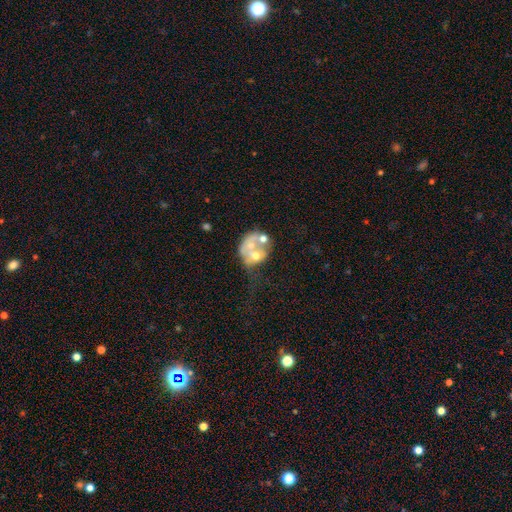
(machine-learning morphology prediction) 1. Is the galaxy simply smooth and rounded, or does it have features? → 53% featured or disk, 36% smooth, 10% star or artifact.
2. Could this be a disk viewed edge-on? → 98% no, 2% yes.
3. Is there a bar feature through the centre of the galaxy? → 92% no, 7% weak, 2% strong.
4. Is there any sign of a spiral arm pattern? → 90% no, 10% yes.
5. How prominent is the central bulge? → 50% moderate, 24% small, 20% none, 5% large, 2% dominant.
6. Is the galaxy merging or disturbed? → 50% merger, 21% major disturbance, 18% none, 12% minor disturbance.